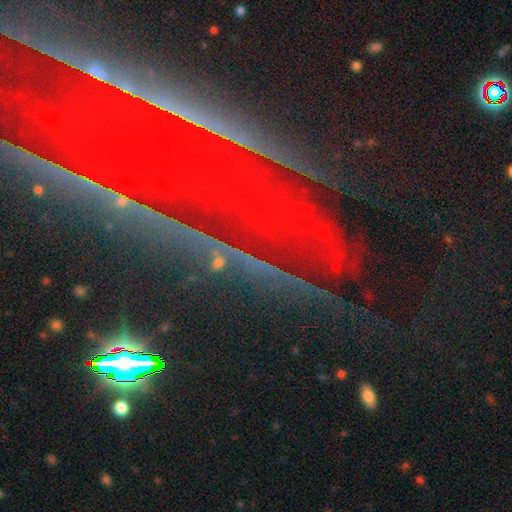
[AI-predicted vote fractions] This appears to be a star or artifact, not a galaxy (86%).